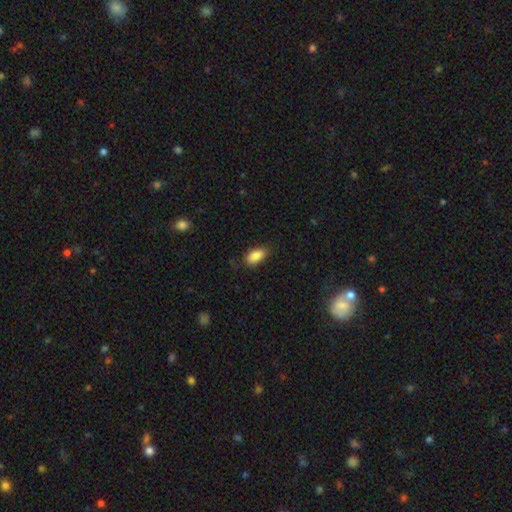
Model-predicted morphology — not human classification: Smooth or featured? Predicted: smooth (p=0.87). How rounded? Predicted: in between (p=0.91). Merging? Predicted: none (p=0.77).